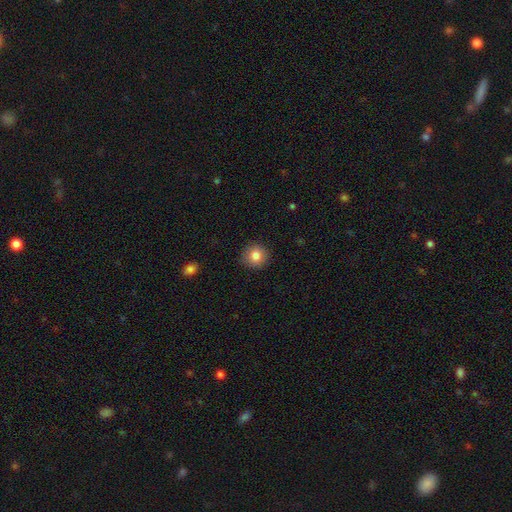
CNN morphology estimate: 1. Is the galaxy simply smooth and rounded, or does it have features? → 83% smooth, 9% star or artifact, 8% featured or disk.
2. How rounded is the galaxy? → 93% round, 6% in between, 1% cigar-shaped.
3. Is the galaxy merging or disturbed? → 91% none, 6% minor disturbance, 2% major disturbance, 1% merger.